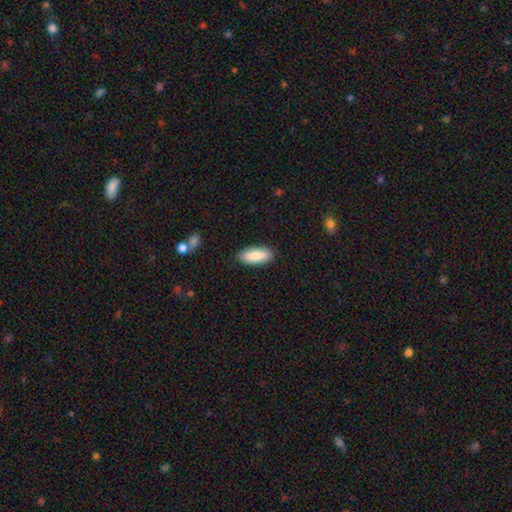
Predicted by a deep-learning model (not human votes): Smooth or featured: smooth — 85% (featured or disk — 9%)
How rounded: in between — 80% (cigar-shaped — 18%)
Merging: none — 88% (minor disturbance — 9%)